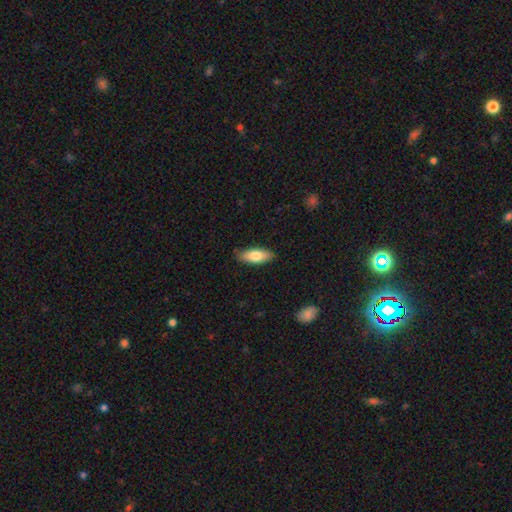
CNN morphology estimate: smooth_or_featured: smooth (p=0.77) [alt: featured or disk p=0.18]
how_rounded: in between (p=0.74) [alt: cigar-shaped p=0.24]
merging: none (p=0.85) [alt: minor disturbance p=0.12]